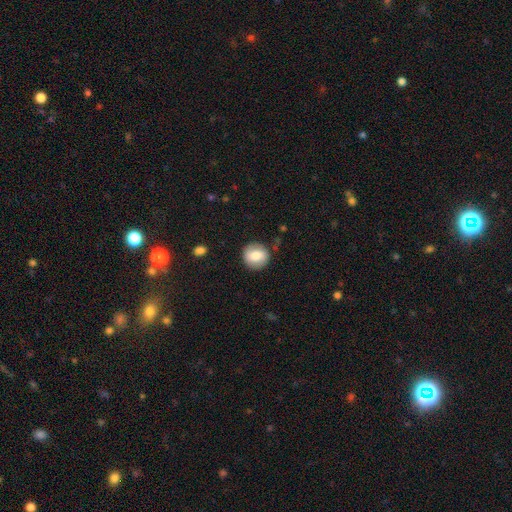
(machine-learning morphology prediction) Q: Smooth or featured?
A: smooth (75%); runner-up: featured or disk (18%)
Q: How rounded?
A: round (91%); runner-up: in between (8%)
Q: Merging?
A: none (87%); runner-up: minor disturbance (9%)